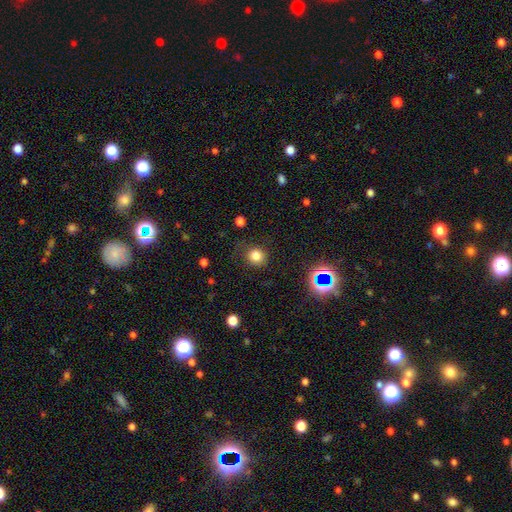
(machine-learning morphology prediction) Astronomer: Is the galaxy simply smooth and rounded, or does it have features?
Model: smooth — 79%.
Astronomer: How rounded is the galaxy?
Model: round — 88%.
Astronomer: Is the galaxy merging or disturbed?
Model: none — 79%.